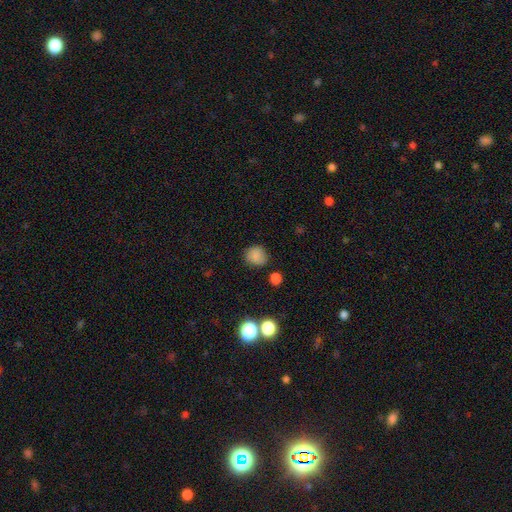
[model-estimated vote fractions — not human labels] Smooth or featured? smooth (81%)
How rounded? round (82%)
Merging? none (78%)